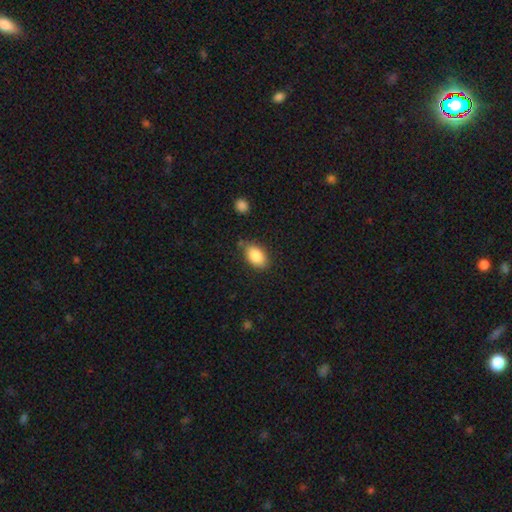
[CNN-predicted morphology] Smooth or featured: smooth — 87% (star or artifact — 7%)
How rounded: in between — 90% (round — 8%)
Merging: none — 77% (minor disturbance — 16%)